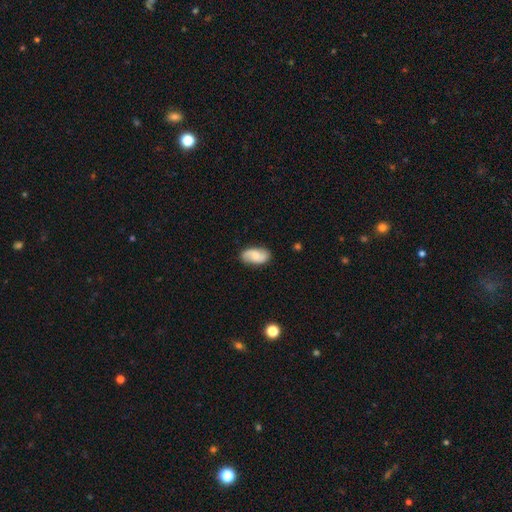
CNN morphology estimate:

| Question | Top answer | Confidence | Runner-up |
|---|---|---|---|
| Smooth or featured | featured or disk | 52% | smooth (41%) |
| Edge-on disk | no | 95% | yes (5%) |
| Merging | none | 82% | minor disturbance (14%) |